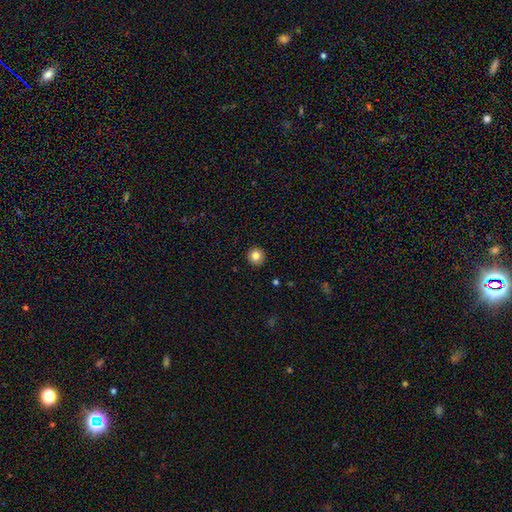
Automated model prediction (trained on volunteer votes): A smooth galaxy with no disk features (83%) that is round (95%). Merging: none (93%).